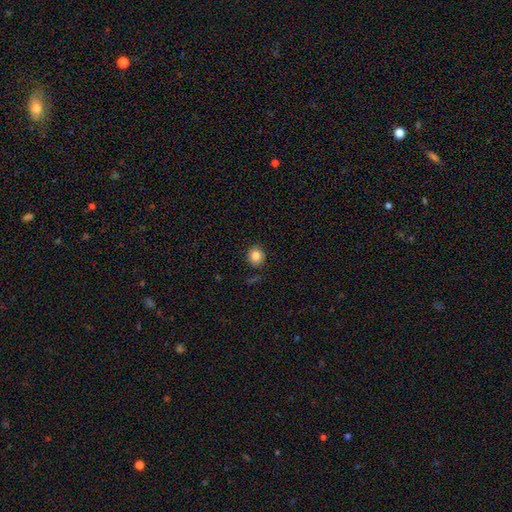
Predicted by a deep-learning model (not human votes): Smooth or featured: smooth — 84% (star or artifact — 10%)
How rounded: round — 86% (in between — 13%)
Merging: none — 86% (minor disturbance — 9%)